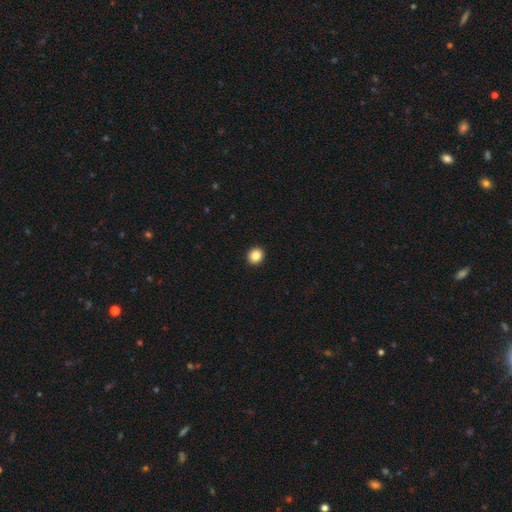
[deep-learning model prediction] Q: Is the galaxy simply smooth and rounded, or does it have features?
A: smooth — 86%.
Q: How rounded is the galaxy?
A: round — 81%.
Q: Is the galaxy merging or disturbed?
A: none — 94%.